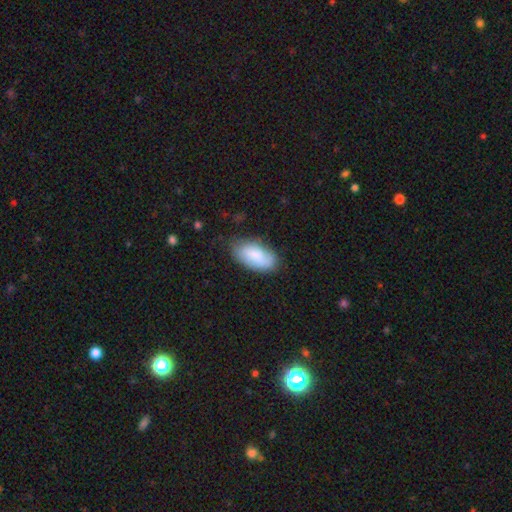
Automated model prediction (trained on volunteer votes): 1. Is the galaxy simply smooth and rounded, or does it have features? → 74% smooth, 20% featured or disk, 7% star or artifact.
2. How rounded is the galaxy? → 93% in between, 4% cigar-shaped, 3% round.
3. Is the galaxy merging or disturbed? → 69% none, 23% minor disturbance, 5% major disturbance, 2% merger.